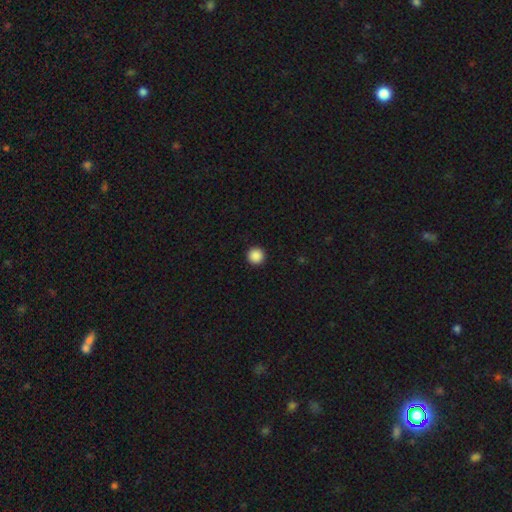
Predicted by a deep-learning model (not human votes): smooth_or_featured: smooth (p=0.89) [alt: star or artifact p=0.09]
how_rounded: round (p=0.97) [alt: in between p=0.02]
merging: none (p=0.94) [alt: minor disturbance p=0.03]